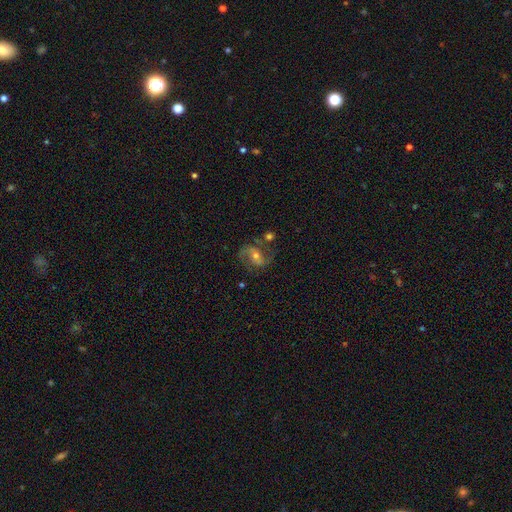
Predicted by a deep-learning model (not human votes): Smooth or featured?
  - featured or disk: 80% *
  - smooth: 12%
  - star or artifact: 8%
Edge-on disk?
  - no: 98% *
  - yes: 2%
Bar?
  - no: 49% *
  - weak: 38%
  - strong: 14%
Spiral arms?
  - yes: 95% *
  - no: 5%
Spiral winding?
  - medium: 54% *
  - loose: 28%
  - tight: 17%
Spiral arm count?
  - 2: 88% *
  - can't tell: 4%
  - 3: 3%
  - 1: 2%
  - 4: 1%
  - more than 4: 1%
Bulge size?
  - moderate: 58% *
  - small: 36%
  - large: 4%
  - none: 2%
  - dominant: 1%
Merging?
  - none: 68% *
  - minor disturbance: 17%
  - major disturbance: 9%
  - merger: 6%